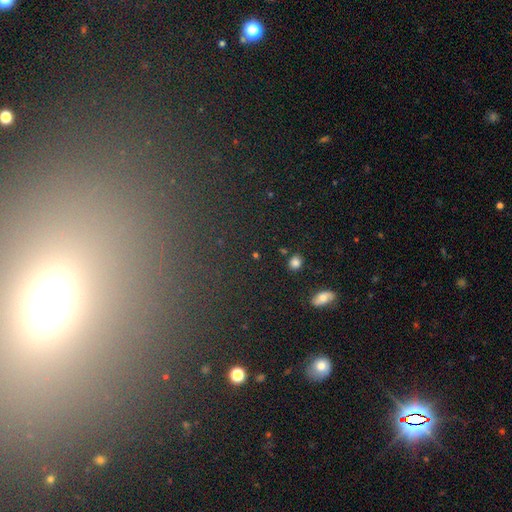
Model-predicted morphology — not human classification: Smooth or featured: star or artifact — 45% (smooth — 41%)